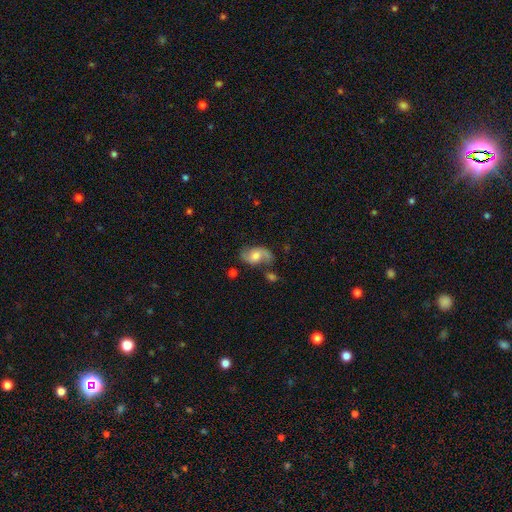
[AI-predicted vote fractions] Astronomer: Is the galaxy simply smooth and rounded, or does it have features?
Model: featured or disk — 66%.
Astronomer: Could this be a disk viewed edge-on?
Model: no — 96%.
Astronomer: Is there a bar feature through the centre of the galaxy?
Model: no — 56% (runner-up: weak, 36%).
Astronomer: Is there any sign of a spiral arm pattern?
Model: yes — 89%.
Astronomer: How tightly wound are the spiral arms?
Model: loose — 58%.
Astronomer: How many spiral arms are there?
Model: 2 — 86%.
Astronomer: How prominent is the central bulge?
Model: moderate — 52%.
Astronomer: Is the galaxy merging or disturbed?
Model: none — 60%.